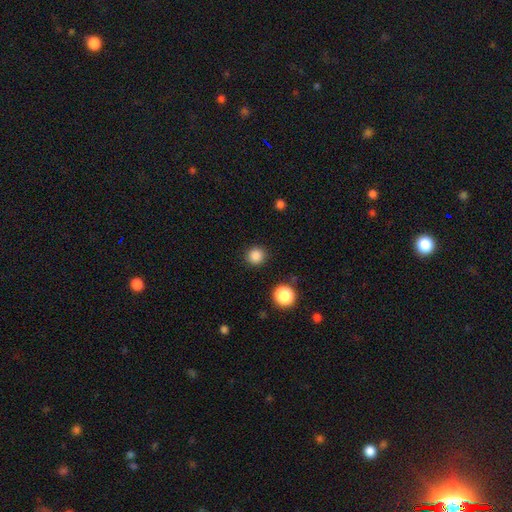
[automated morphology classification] Smooth or featured: smooth — 85% (star or artifact — 12%)
How rounded: round — 91% (in between — 8%)
Merging: none — 90% (minor disturbance — 6%)